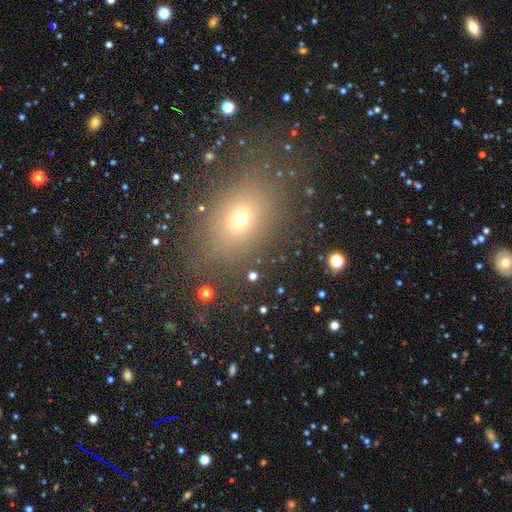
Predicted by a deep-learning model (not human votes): Smooth or featured? Predicted: smooth (p=0.57). How rounded? Predicted: in between (p=0.70). Merging? Predicted: none (p=0.85).